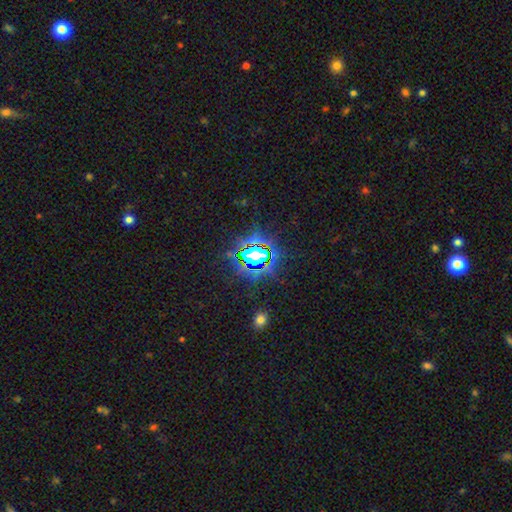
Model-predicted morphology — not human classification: This is likely a star or artifact rather than a galaxy (76%).